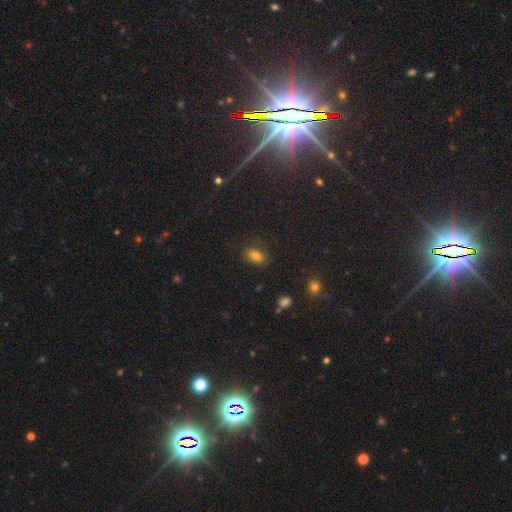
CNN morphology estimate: A smooth galaxy with no disk features (78%) that is in between round and cigar-shaped (85%).

Vote fractions:
- Smooth or featured? smooth: 78% / star or artifact: 14% / featured or disk: 8%
- How rounded? in between: 85% / round: 11% / cigar-shaped: 4%
- Merging? none: 75% / minor disturbance: 16% / major disturbance: 6% / merger: 2%